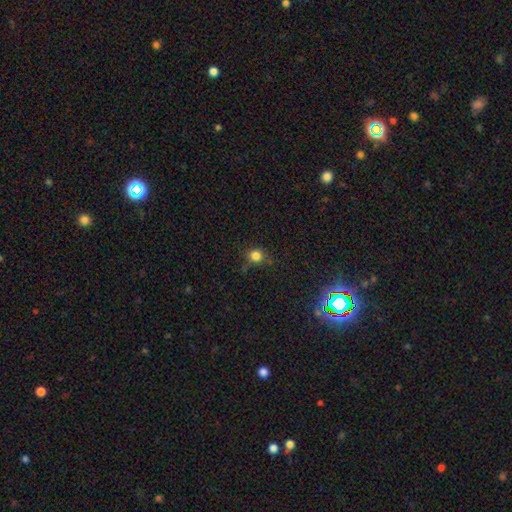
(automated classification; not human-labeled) Smooth or featured? Predicted: smooth (p=0.80). How rounded? Predicted: round (p=0.83). Merging? Predicted: none (p=0.74).